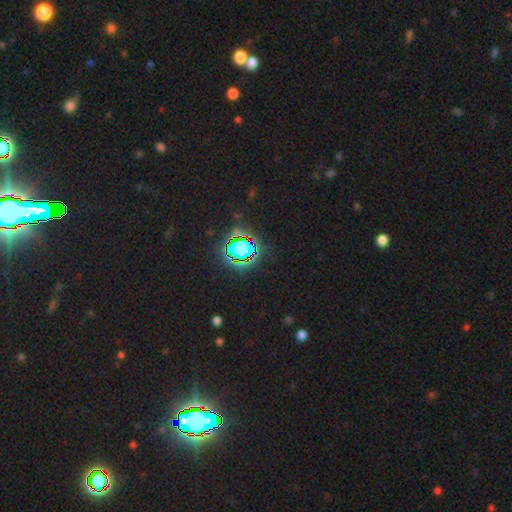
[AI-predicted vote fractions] A star or artifact, not a galaxy (82%).